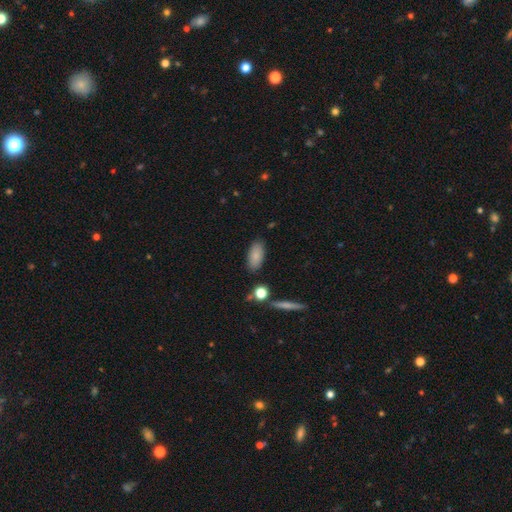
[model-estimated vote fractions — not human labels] The model was most divided on "merging": none: 84%, minor disturbance: 11%, major disturbance: 3%, merger: 3%. More confident: how rounded — in between (88%); smooth or featured — smooth (84%).